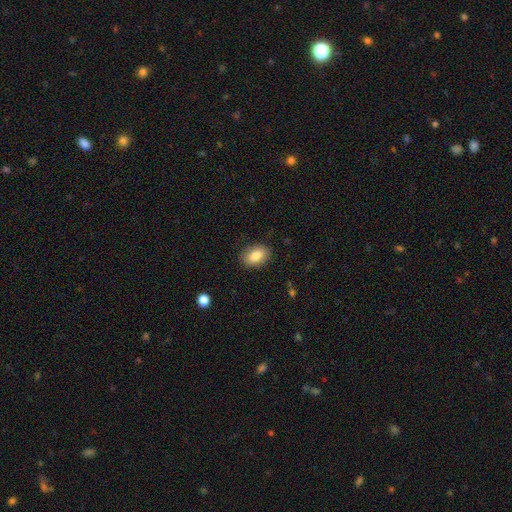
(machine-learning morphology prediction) This is clearly a smooth galaxy (85%). How rounded: clearly in between (86%). Merging: clearly none (86%).